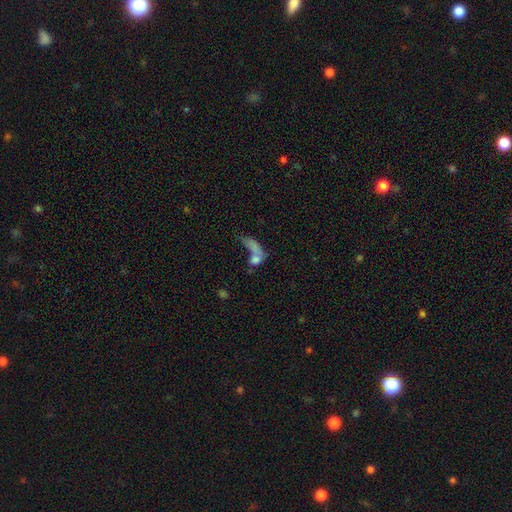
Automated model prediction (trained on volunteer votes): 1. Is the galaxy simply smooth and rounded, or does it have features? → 64% smooth, 23% featured or disk, 13% star or artifact.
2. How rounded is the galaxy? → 69% in between, 17% round, 14% cigar-shaped.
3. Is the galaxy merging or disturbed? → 52% merger, 21% major disturbance, 18% none, 9% minor disturbance.